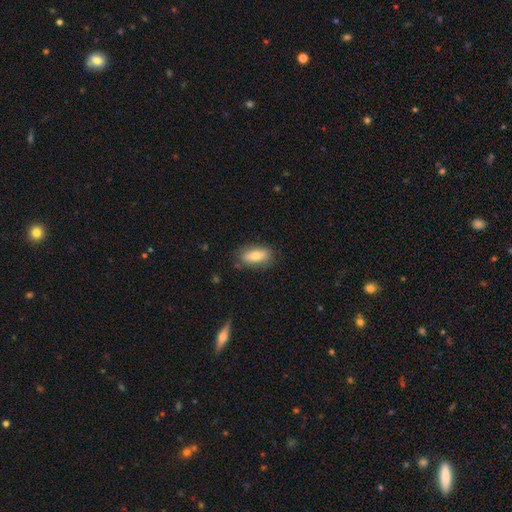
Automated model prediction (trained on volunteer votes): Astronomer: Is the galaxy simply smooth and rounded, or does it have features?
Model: smooth — 72%.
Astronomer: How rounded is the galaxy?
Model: in between — 82%.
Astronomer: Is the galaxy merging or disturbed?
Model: none — 81%.